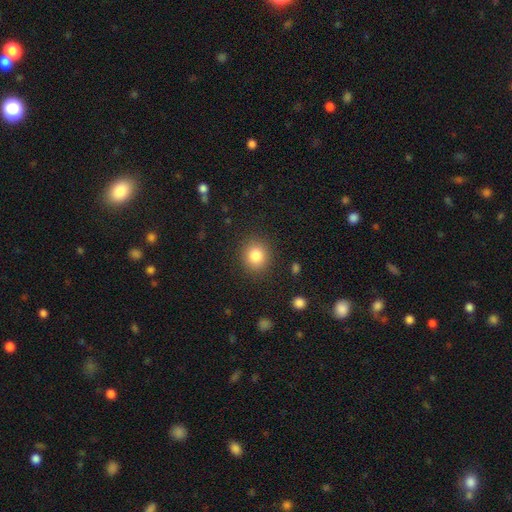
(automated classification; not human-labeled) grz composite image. It shows a smooth galaxy with no disk features (83%) that is round (81%). Merging: none (88%).